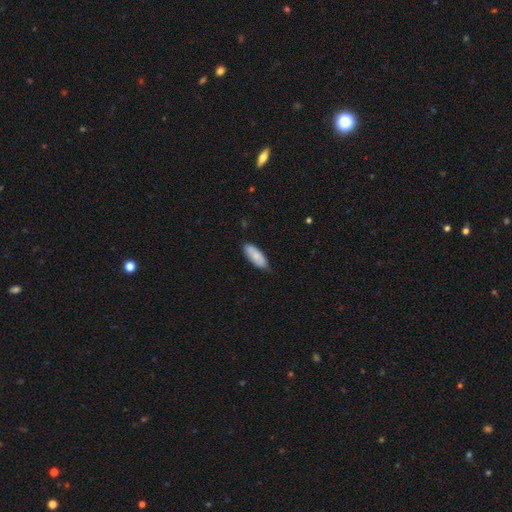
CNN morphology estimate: smooth-or-featured: smooth: 78% | featured or disk: 16% | star or artifact: 6%
  how-rounded: in between: 79% | cigar-shaped: 19% | round: 2%
  merging: none: 80% | minor disturbance: 16% | major disturbance: 2% | merger: 1%